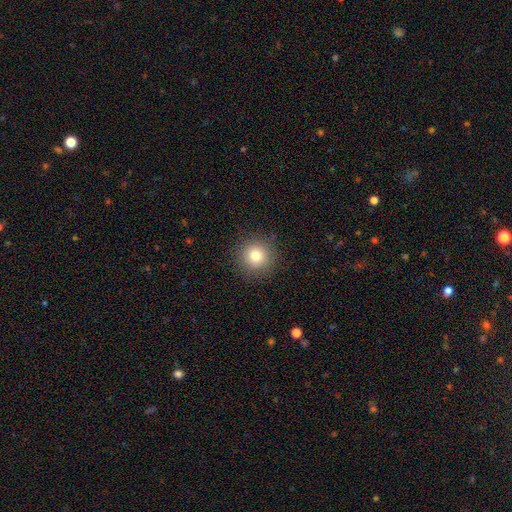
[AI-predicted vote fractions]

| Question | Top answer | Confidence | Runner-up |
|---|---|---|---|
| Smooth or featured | smooth | 80% | star or artifact (12%) |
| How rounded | round | 95% | in between (4%) |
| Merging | none | 90% | minor disturbance (7%) |